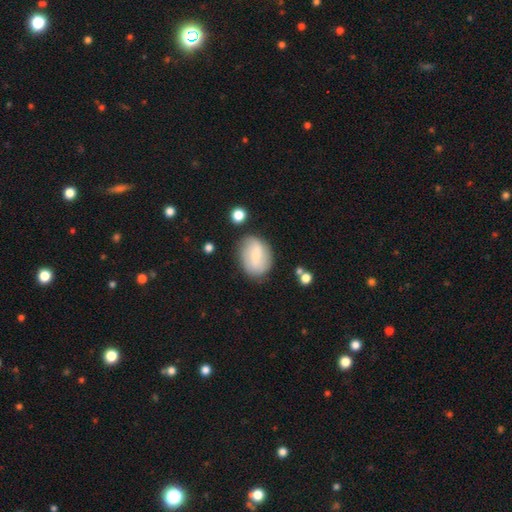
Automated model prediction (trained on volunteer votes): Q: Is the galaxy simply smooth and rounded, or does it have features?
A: smooth — 52%.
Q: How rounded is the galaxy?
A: in between — 67%.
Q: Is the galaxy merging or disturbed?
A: none — 74%.